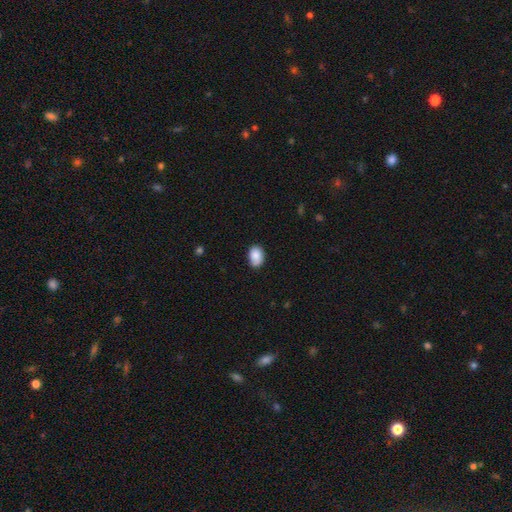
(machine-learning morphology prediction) Smooth or featured: smooth — 88% (star or artifact — 7%)
How rounded: in between — 83% (round — 15%)
Merging: none — 80% (minor disturbance — 16%)